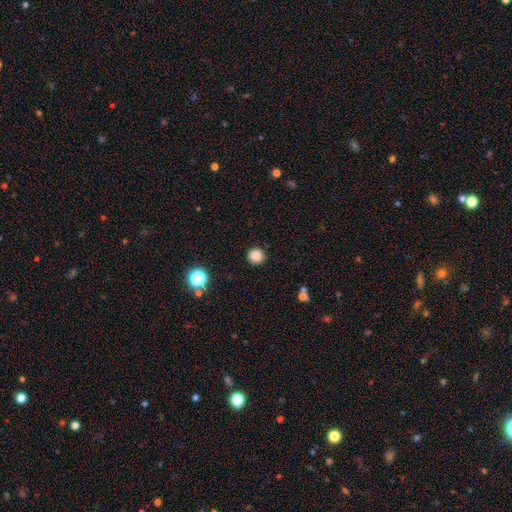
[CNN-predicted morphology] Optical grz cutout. It shows a smooth galaxy with no disk features (85%) that is round (92%). Merging: none (91%).